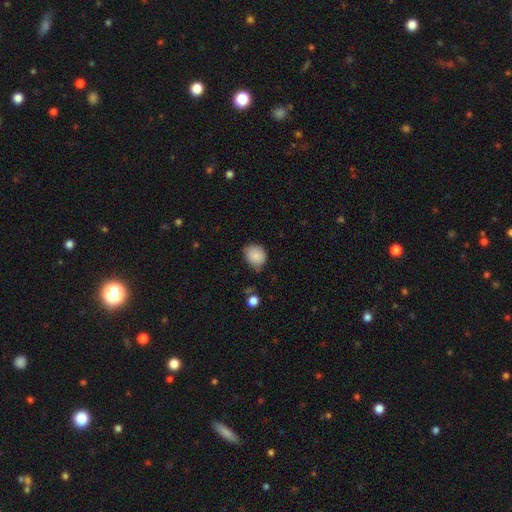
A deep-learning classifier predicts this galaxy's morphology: smooth 86%, star or artifact 8%, featured or disk 6%. Down the decision tree: how rounded — round (66%); merging — none (68%).